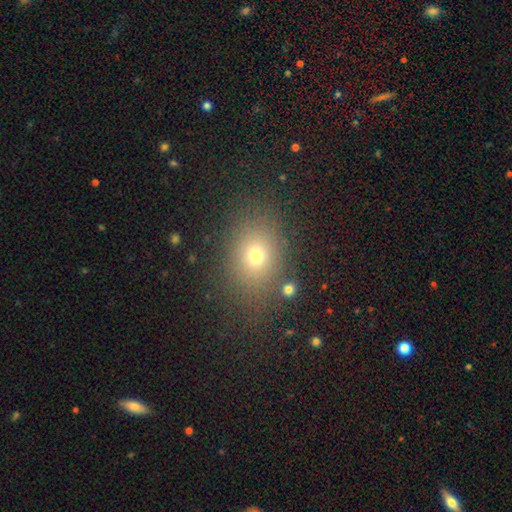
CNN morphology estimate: This appears to be a smooth galaxy with no disk features (69%) that is in between round and cigar-shaped (59%). Merging: none (82%).